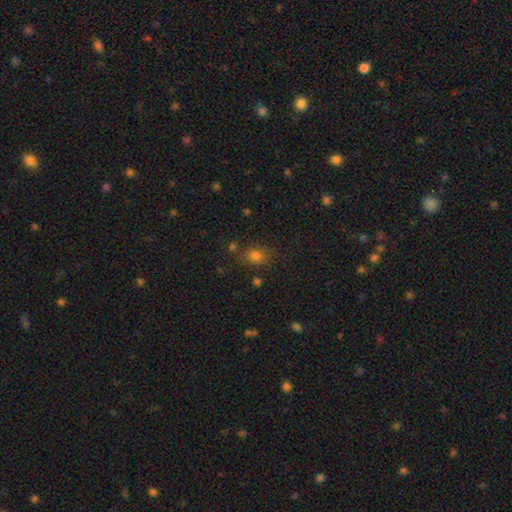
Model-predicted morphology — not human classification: This is likely a smooth galaxy (73%). How rounded: likely round (60%). Merging: likely none (76%).